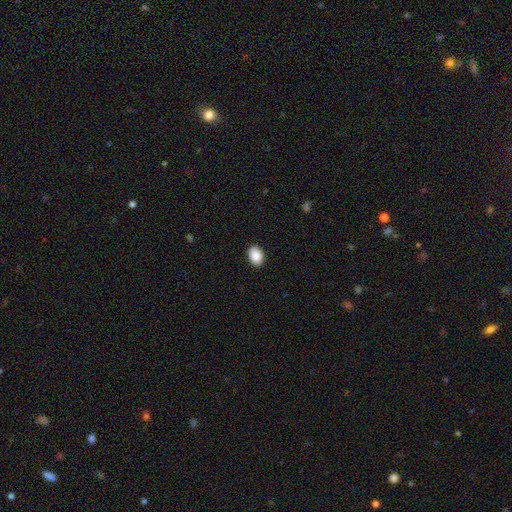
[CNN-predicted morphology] Smooth or featured? Predicted: smooth (p=0.88). How rounded? Predicted: in between (p=0.80). Merging? Predicted: none (p=0.90).